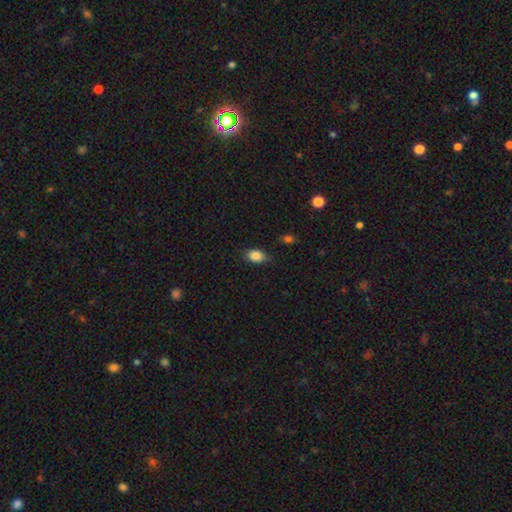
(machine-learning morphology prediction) A smooth galaxy with no disk features (84%) that is in between round and cigar-shaped (81%).

Vote fractions:
- Smooth or featured? smooth: 84% / star or artifact: 9% / featured or disk: 7%
- How rounded? in between: 81% / round: 16% / cigar-shaped: 3%
- Merging? none: 76% / minor disturbance: 19% / major disturbance: 4% / merger: 1%